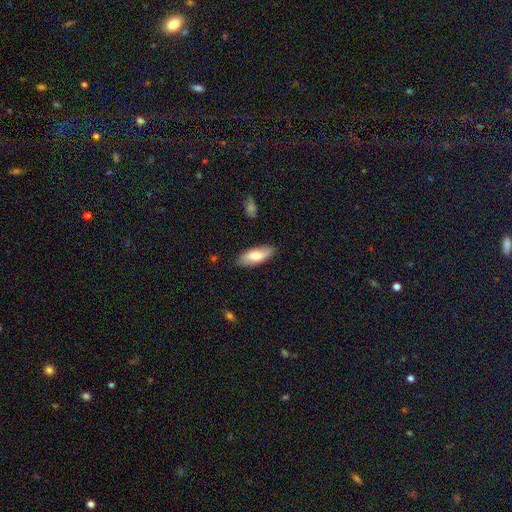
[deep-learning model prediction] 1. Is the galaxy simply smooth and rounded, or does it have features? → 70% smooth, 24% featured or disk, 6% star or artifact.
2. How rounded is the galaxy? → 79% in between, 18% cigar-shaped, 2% round.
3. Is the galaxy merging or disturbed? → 85% none, 12% minor disturbance, 2% major disturbance, 1% merger.